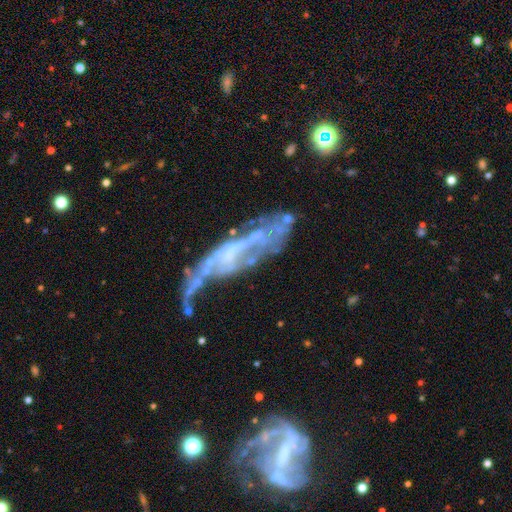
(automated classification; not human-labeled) Q: Smooth or featured?
A: featured or disk (70%); runner-up: smooth (17%)
Q: Edge-on disk?
A: no (68%); runner-up: yes (32%)
Q: Merging?
A: none (37%); runner-up: major disturbance (27%)